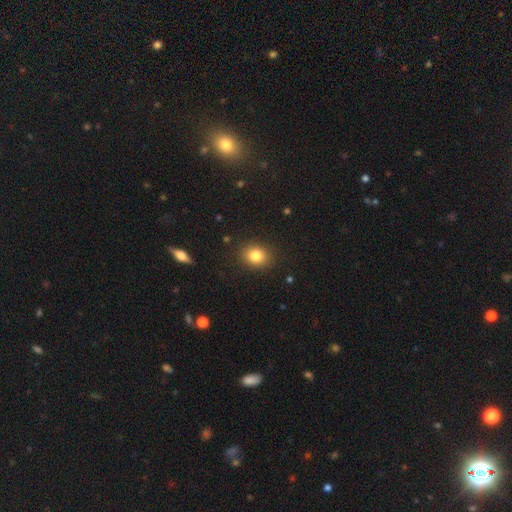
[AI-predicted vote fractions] A smooth galaxy with no disk features (82%) that is round (60%). Merging: none (89%).